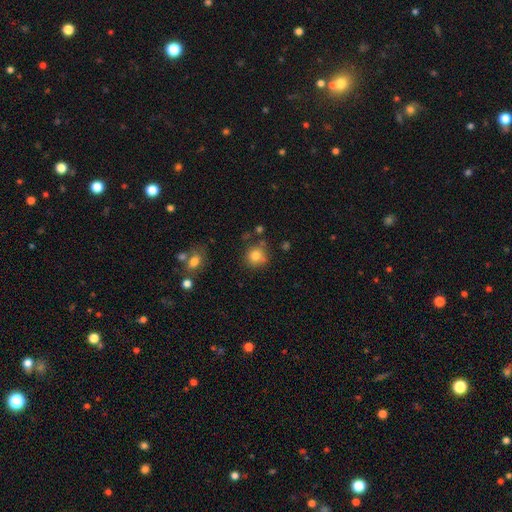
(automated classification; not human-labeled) Overall: smooth (81%). How rounded: round (88%). Merging: none (72%).